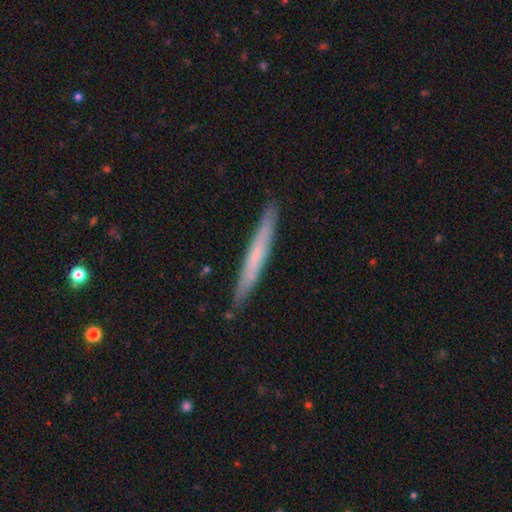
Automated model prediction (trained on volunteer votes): Morphology: type=smooth (49%); merging=none (90%).